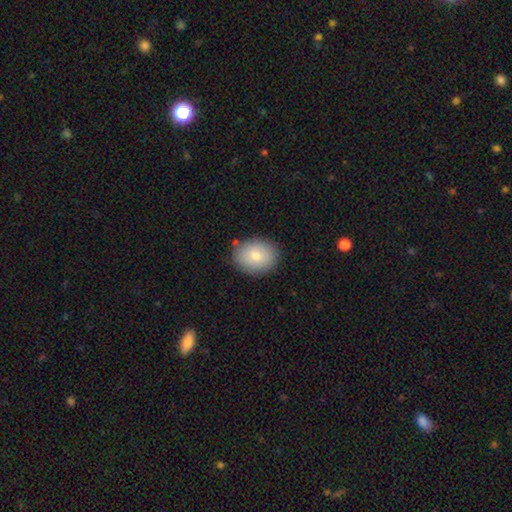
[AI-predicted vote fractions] smooth 81%, featured or disk 11%, star or artifact 7%. Down the decision tree: how rounded — in between (57%); merging — none (84%).